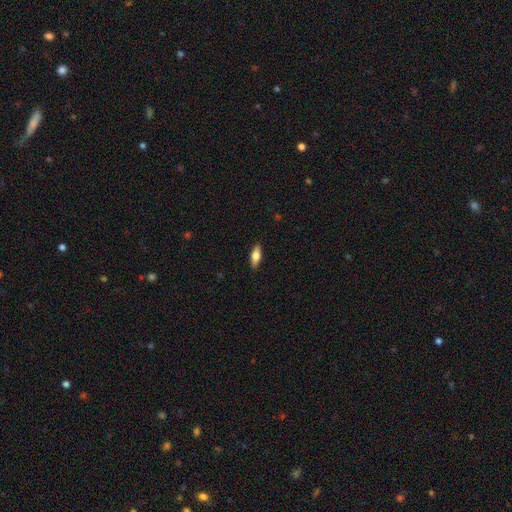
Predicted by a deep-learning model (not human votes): Morphology: type=smooth (68%); roundness=in between (70%); merging=none (89%).